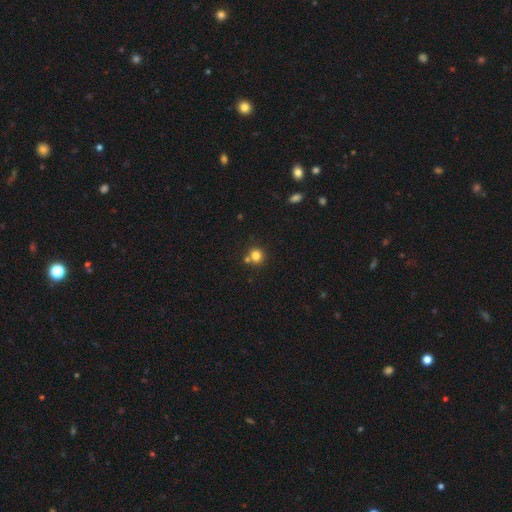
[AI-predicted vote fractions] A smooth galaxy with no disk features (80%) that is round (90%).

Vote fractions:
- Smooth or featured? smooth: 80% / star or artifact: 13% / featured or disk: 7%
- How rounded? round: 90% / in between: 9% / cigar-shaped: 1%
- Merging? none: 68% / merger: 21% / minor disturbance: 8% / major disturbance: 3%